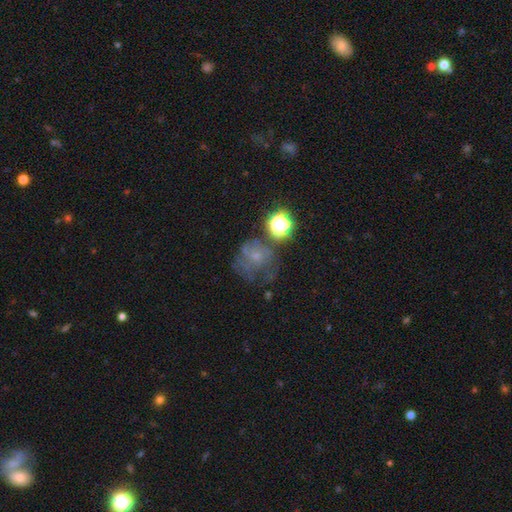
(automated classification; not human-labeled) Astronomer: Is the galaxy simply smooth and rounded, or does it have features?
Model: featured or disk — 39% (runner-up: smooth, 38%).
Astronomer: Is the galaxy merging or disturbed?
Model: none — 42% (runner-up: major disturbance, 27%).